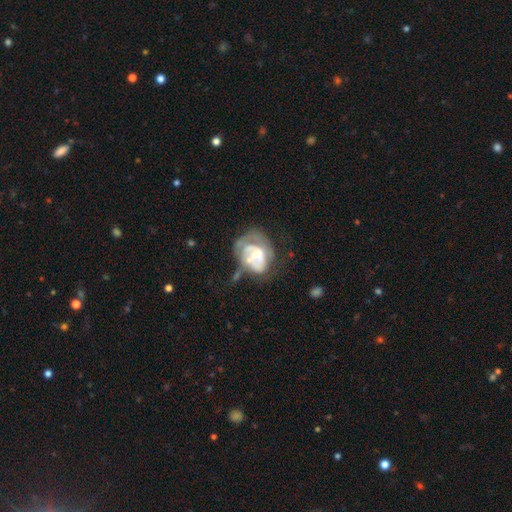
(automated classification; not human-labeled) A featured or disk galaxy (60%) with no bar (75%), no spiral arms (55%) and a moderate central bulge (38%).

Vote fractions:
- Smooth or featured? featured or disk: 60% / smooth: 31% / star or artifact: 8%
- Edge-on disk? no: 97% / yes: 3%
- Bar? no: 75% / weak: 20% / strong: 5%
- Spiral arms? no: 55% / yes: 45%
- Bulge size? moderate: 38% / small: 26% / none: 17% / large: 16% / dominant: 3%
- Merging? major disturbance: 36% / none: 28% / minor disturbance: 24% / merger: 12%